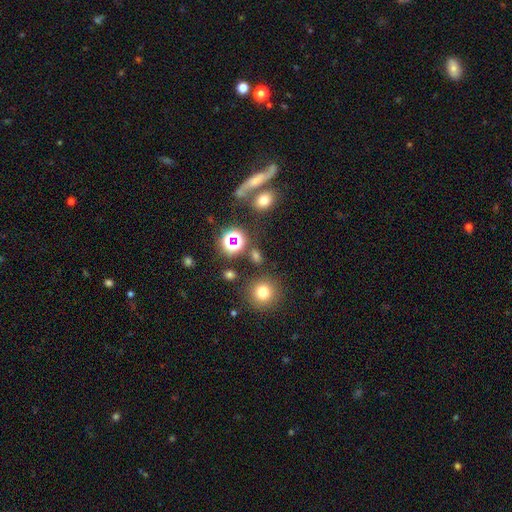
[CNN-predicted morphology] Overall: smooth (54%; star or artifact 35%). How rounded: round (73%). Merging: none (75%).